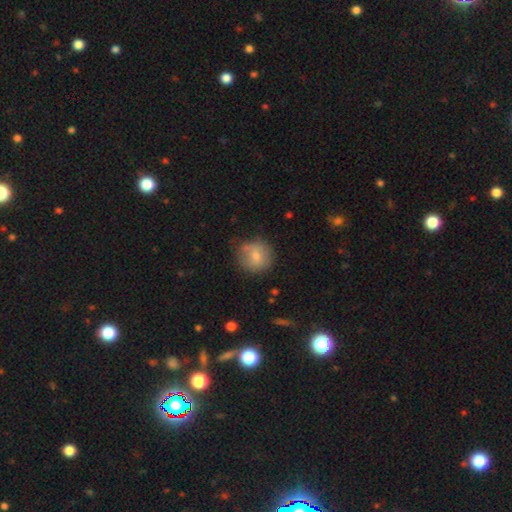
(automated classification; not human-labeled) Smooth or featured? smooth (73%)
How rounded? round (89%)
Merging? none (67%)